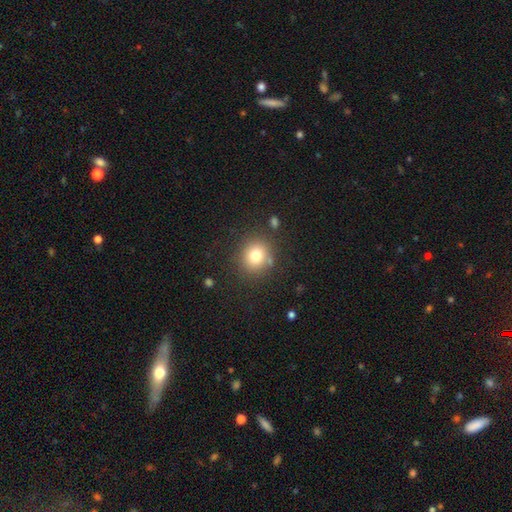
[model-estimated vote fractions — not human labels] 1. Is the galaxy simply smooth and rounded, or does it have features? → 77% smooth, 13% star or artifact, 10% featured or disk.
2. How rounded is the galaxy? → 85% round, 14% in between, 1% cigar-shaped.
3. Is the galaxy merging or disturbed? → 83% none, 9% minor disturbance, 4% merger, 4% major disturbance.